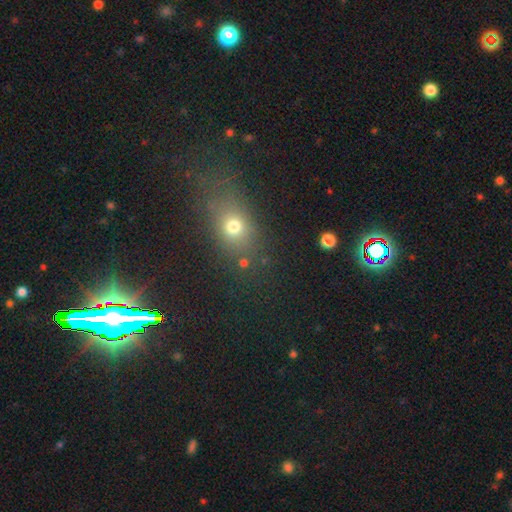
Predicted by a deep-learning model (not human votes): star or artifact 46%, smooth 39%, featured or disk 15%.